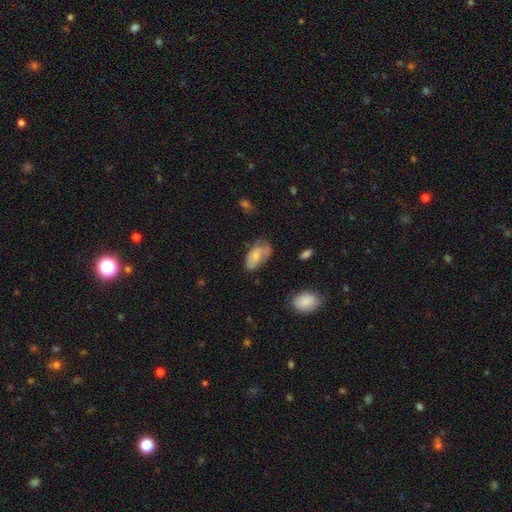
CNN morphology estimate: smooth-or-featured: smooth: 65% | featured or disk: 27% | star or artifact: 8%
  how-rounded: in between: 93% | round: 4% | cigar-shaped: 3%
  merging: none: 43% | minor disturbance: 36% | major disturbance: 17% | merger: 4%